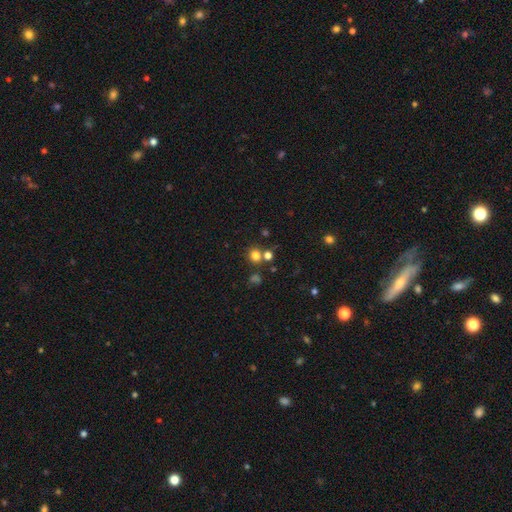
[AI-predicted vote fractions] Smooth or featured? Predicted: smooth (p=0.76). How rounded? Predicted: round (p=0.86). Merging? Predicted: none (p=0.70).